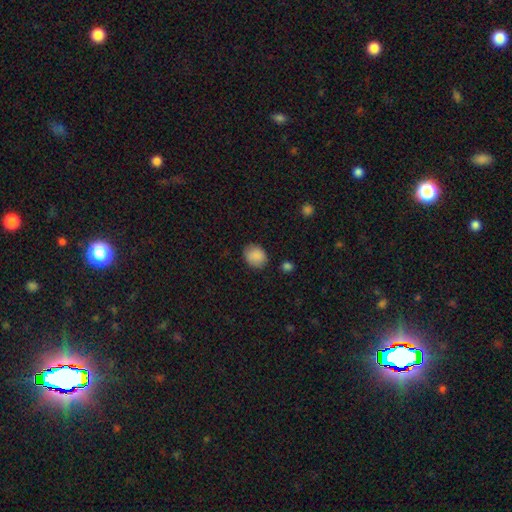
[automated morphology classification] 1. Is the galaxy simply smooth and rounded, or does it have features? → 88% smooth, 8% star or artifact, 4% featured or disk.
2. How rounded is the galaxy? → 53% round, 46% in between, 1% cigar-shaped.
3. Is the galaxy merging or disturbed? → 81% none, 14% minor disturbance, 3% major disturbance, 2% merger.